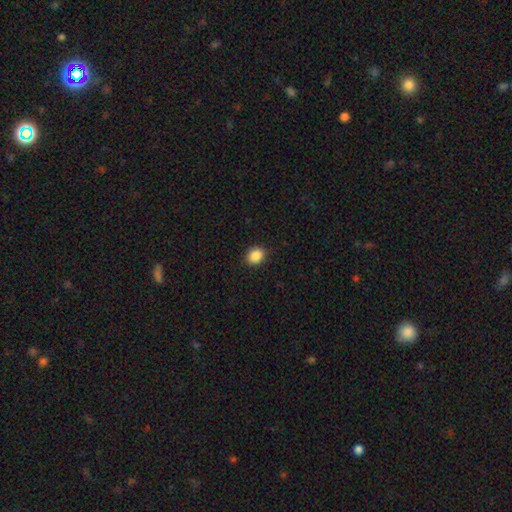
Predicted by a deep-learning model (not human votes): This is clearly a smooth galaxy (88%). How rounded: likely round (63%). Merging: clearly none (90%).